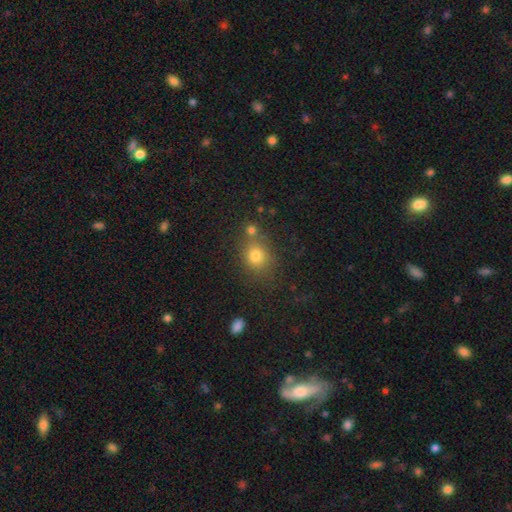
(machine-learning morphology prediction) smooth 76%, star or artifact 15%, featured or disk 9%. Down the decision tree: how rounded — round (69%); merging — none (64%).